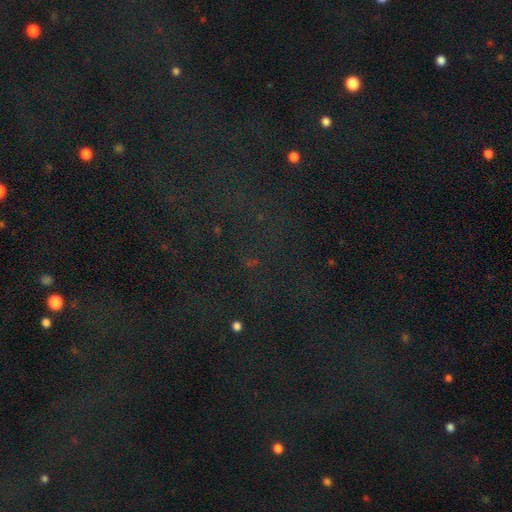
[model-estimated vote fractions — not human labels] star or artifact 77%, smooth 13%, featured or disk 10%.